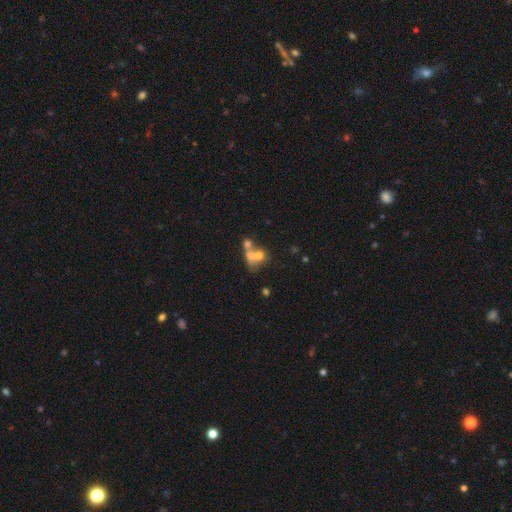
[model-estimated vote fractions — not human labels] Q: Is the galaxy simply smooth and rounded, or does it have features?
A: smooth — 56%.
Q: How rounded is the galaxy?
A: round — 57%.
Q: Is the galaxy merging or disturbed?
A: merger — 61%.